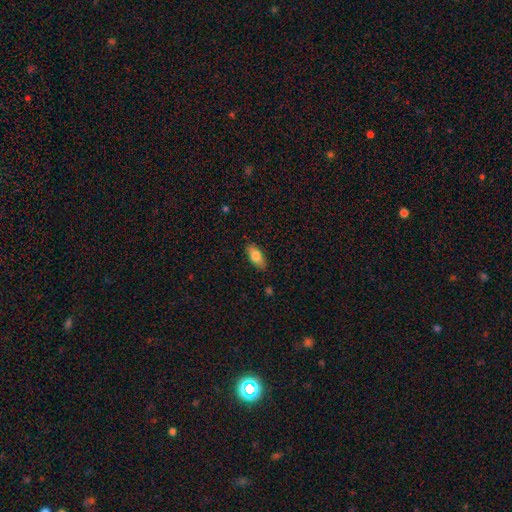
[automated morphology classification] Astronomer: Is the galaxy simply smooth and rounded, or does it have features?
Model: smooth — 79%.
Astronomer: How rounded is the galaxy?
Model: in between — 86%.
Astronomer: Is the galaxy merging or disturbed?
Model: none — 85%.